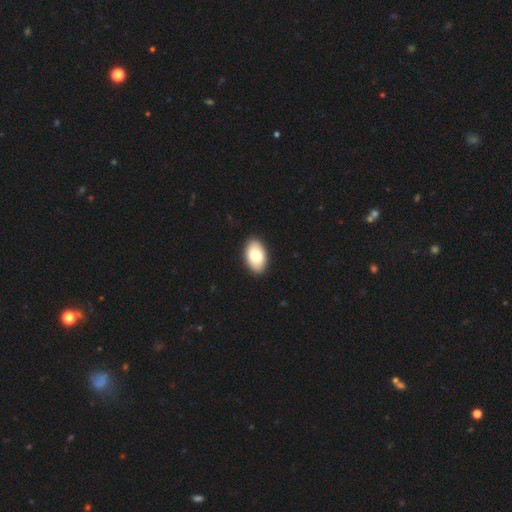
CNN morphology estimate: smooth 76%, featured or disk 18%, star or artifact 6%. Down the decision tree: how rounded — in between (93%); merging — none (91%).